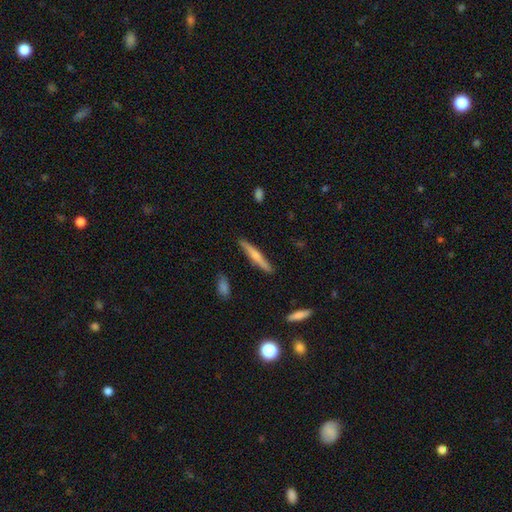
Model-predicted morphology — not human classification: Q: Smooth or featured?
A: smooth (50%); runner-up: featured or disk (44%)
Q: How rounded?
A: cigar-shaped (93%); runner-up: in between (5%)
Q: Merging?
A: none (89%); runner-up: minor disturbance (8%)